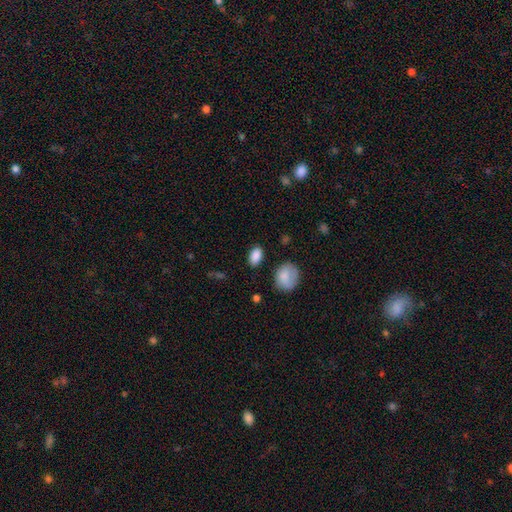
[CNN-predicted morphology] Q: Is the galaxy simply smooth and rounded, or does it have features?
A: smooth — 88%.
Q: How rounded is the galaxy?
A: in between — 89%.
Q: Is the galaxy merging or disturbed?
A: none — 83%.